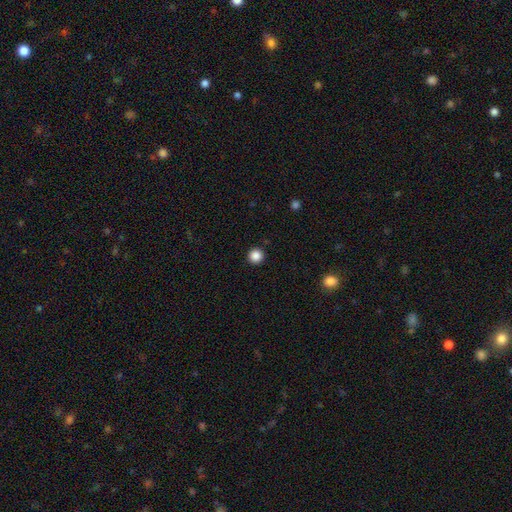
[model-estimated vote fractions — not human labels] Smooth or featured?
  - smooth: 87% *
  - star or artifact: 11%
  - featured or disk: 3%
How rounded?
  - round: 96% *
  - in between: 3%
  - cigar-shaped: 1%
Merging?
  - none: 94% *
  - minor disturbance: 4%
  - major disturbance: 1%
  - merger: 1%